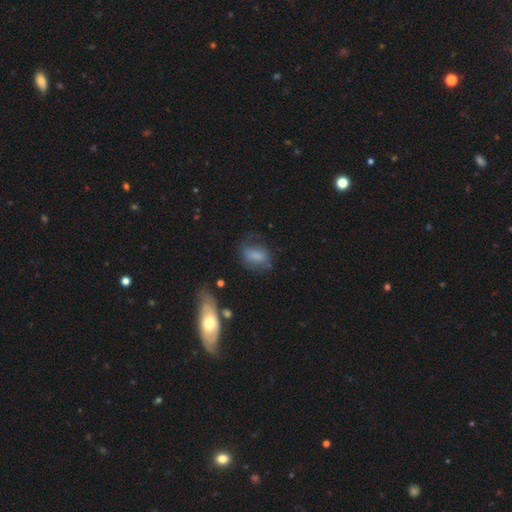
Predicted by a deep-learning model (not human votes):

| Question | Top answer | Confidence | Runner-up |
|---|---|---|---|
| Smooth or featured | smooth | 69% | featured or disk (20%) |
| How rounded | in between | 78% | round (18%) |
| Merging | none | 53% | minor disturbance (26%) |